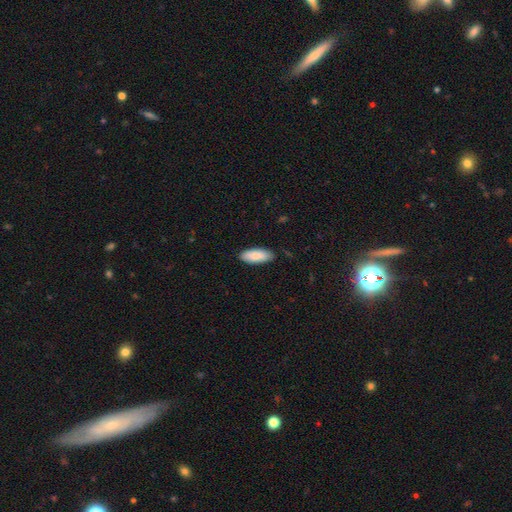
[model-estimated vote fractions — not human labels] Smooth or featured: smooth — 88% (featured or disk — 7%)
How rounded: in between — 80% (cigar-shaped — 19%)
Merging: none — 85% (minor disturbance — 12%)